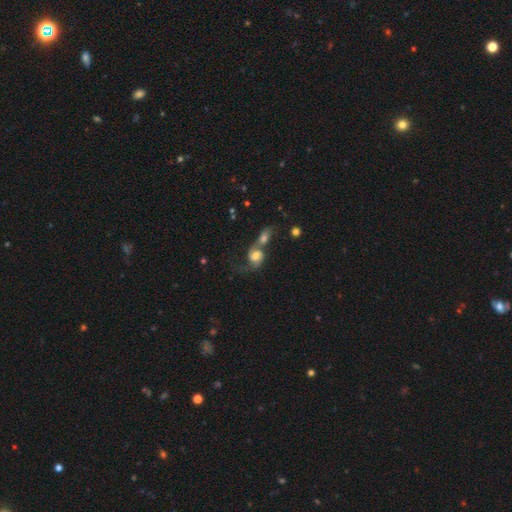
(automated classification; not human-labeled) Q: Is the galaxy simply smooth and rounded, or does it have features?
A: featured or disk — 47%.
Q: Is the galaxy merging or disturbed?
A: merger — 72%.